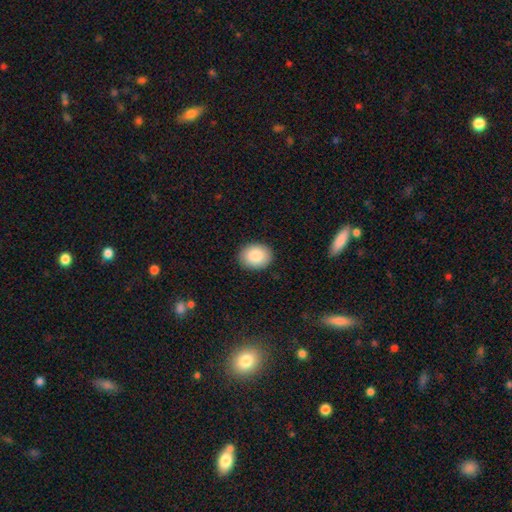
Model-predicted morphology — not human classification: Smooth or featured? smooth (87%)
How rounded? in between (51%)
Merging? none (90%)